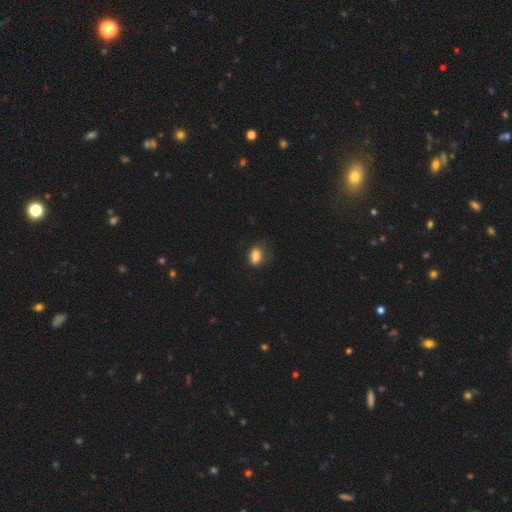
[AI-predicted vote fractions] The model was most divided on "merging": none: 66%, minor disturbance: 25%, major disturbance: 7%, merger: 2%. More confident: smooth or featured — smooth (82%); how rounded — in between (77%).